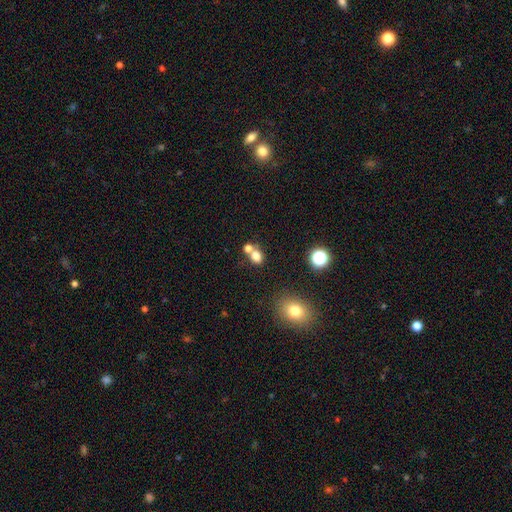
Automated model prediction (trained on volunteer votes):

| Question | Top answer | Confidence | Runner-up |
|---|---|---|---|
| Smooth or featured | smooth | 76% | star or artifact (14%) |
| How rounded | round | 54% | in between (44%) |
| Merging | none | 47% | merger (41%) |